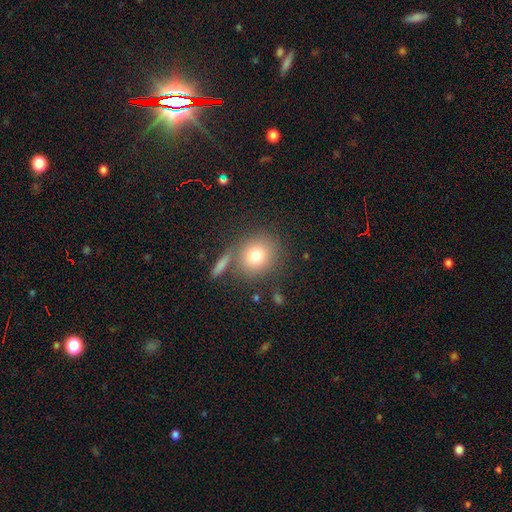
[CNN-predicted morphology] This is likely a smooth galaxy (78%). How rounded: likely round (77%). Merging: likely none (72%).